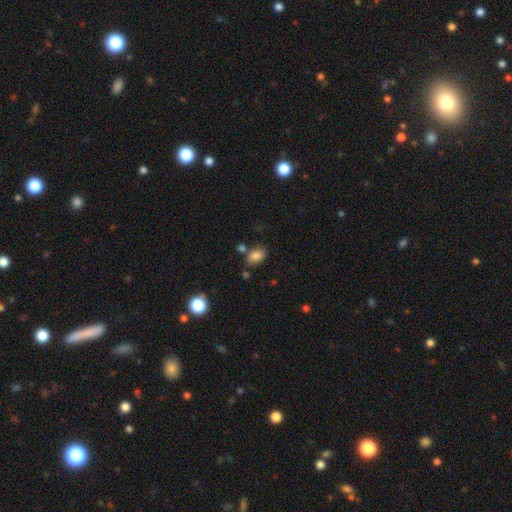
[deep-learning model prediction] A smooth galaxy with no disk features (83%) that is in between round and cigar-shaped (83%).

Vote fractions:
- Smooth or featured? smooth: 83% / star or artifact: 10% / featured or disk: 7%
- How rounded? in between: 83% / round: 15% / cigar-shaped: 1%
- Merging? none: 67% / minor disturbance: 16% / merger: 11% / major disturbance: 5%